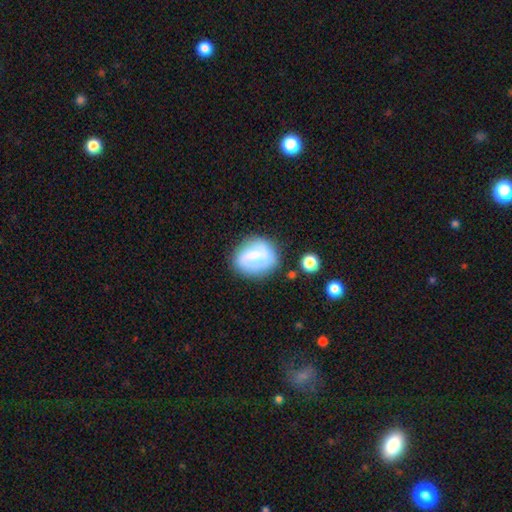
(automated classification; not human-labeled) Smooth or featured? smooth (63%)
How rounded? round (53%)
Merging? none (59%)